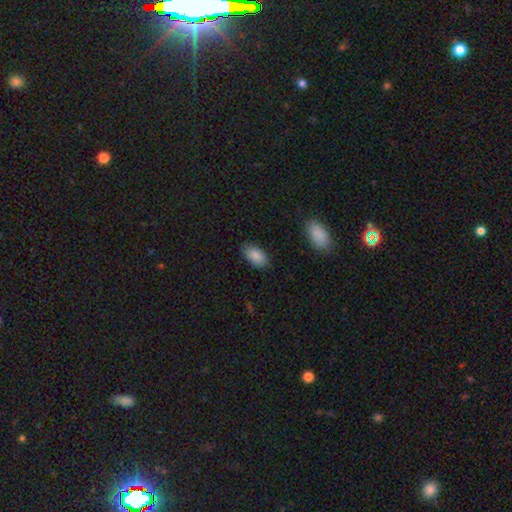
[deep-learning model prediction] The model was most divided on "merging": none: 83%, minor disturbance: 13%, major disturbance: 3%, merger: 1%. More confident: how rounded — in between (94%); smooth or featured — smooth (87%).